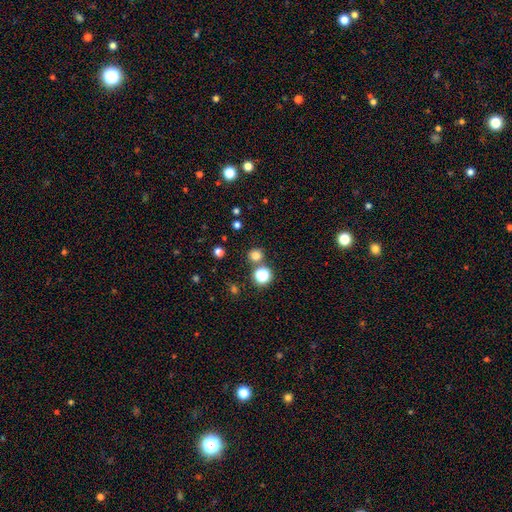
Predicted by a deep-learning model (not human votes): smooth_or_featured: smooth (p=0.76) [alt: star or artifact p=0.19]
how_rounded: round (p=0.90) [alt: in between p=0.09]
merging: none (p=0.78) [alt: merger p=0.12]